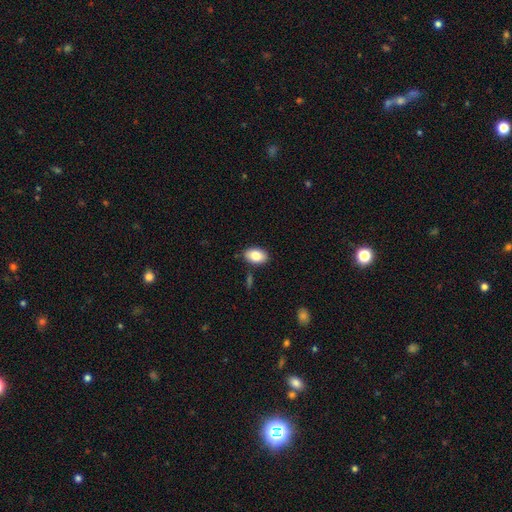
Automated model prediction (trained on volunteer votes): This is clearly a smooth galaxy (83%). How rounded: clearly in between (90%). Merging: clearly none (85%).